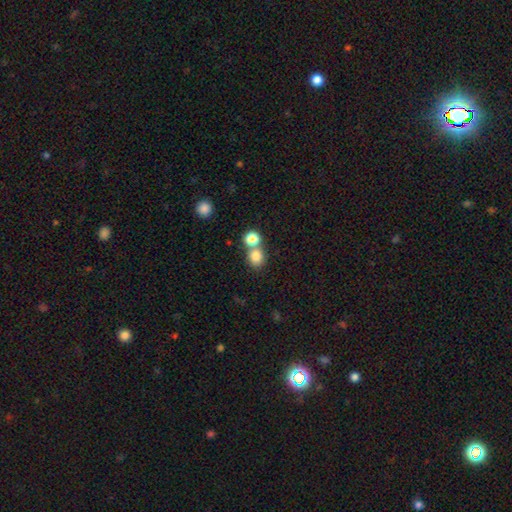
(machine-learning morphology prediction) This is clearly a smooth galaxy (80%). How rounded: likely round (75%). Merging: possibly none (51%).